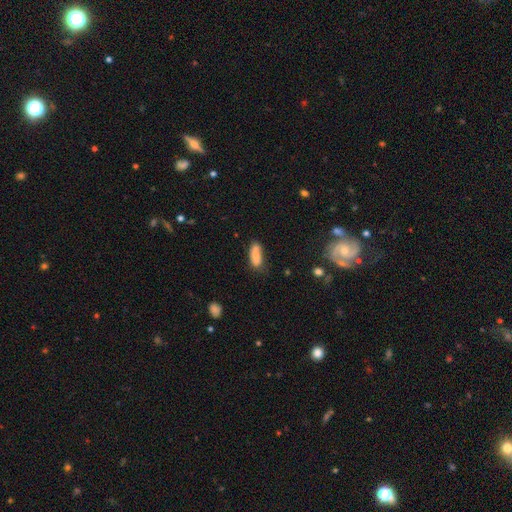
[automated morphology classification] This is clearly a smooth galaxy (82%). How rounded: likely in between (65%). Merging: likely none (63%).